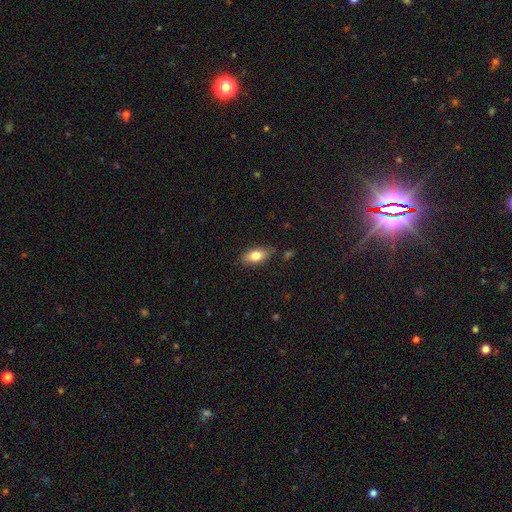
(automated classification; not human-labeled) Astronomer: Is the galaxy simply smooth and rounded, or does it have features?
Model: smooth — 79%.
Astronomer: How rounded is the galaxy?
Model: in between — 87%.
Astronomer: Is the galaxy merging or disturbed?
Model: none — 80%.